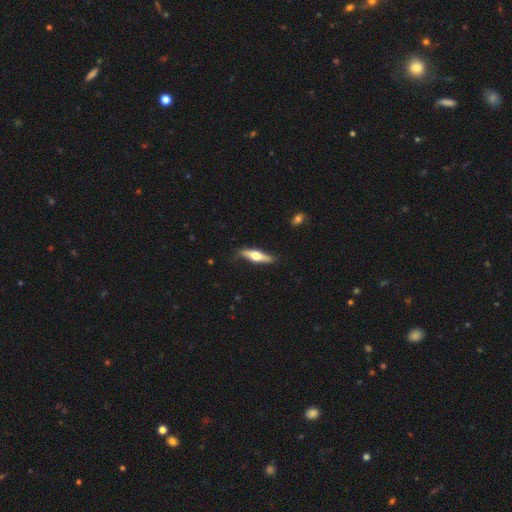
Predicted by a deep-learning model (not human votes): Smooth or featured?
  - featured or disk: 55% *
  - smooth: 40%
  - star or artifact: 5%
Edge-on disk?
  - yes: 91% *
  - no: 9%
Edge-on bulge?
  - rounded: 95% *
  - boxy: 3%
  - none: 2%
Merging?
  - none: 82% *
  - minor disturbance: 14%
  - major disturbance: 3%
  - merger: 1%